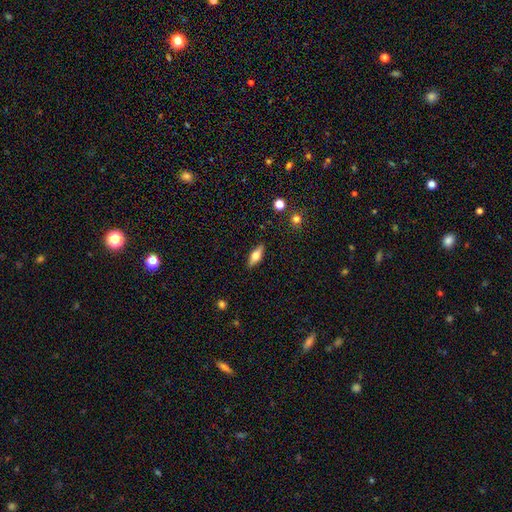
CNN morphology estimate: smooth 56%, featured or disk 37%, star or artifact 7%. Down the decision tree: how rounded — in between (64%); merging — none (87%).